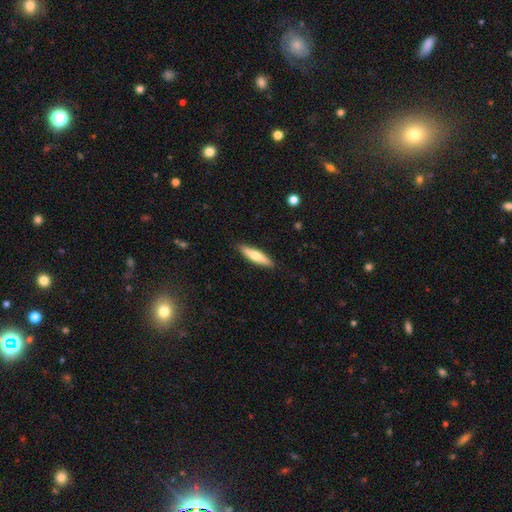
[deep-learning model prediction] Smooth or featured?
  - smooth: 61% *
  - featured or disk: 33%
  - star or artifact: 6%
How rounded?
  - cigar-shaped: 74% *
  - in between: 24%
  - round: 2%
Merging?
  - none: 89% *
  - minor disturbance: 8%
  - major disturbance: 2%
  - merger: 1%